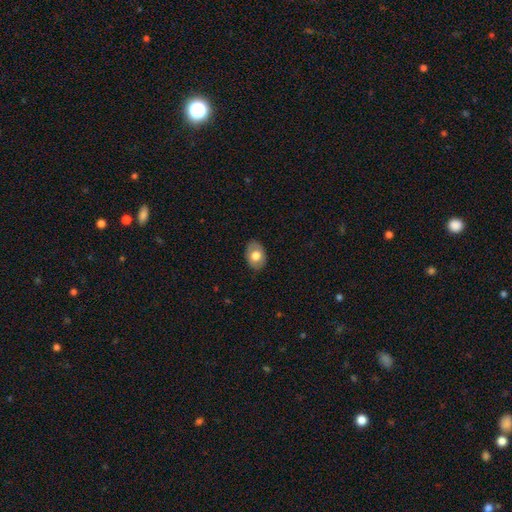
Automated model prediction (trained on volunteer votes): A smooth galaxy with no disk features (69%) that is in between round and cigar-shaped (78%).

Vote fractions:
- Smooth or featured? smooth: 69% / featured or disk: 24% / star or artifact: 7%
- How rounded? in between: 78% / round: 21% / cigar-shaped: 1%
- Merging? none: 84% / minor disturbance: 13% / major disturbance: 3% / merger: 1%